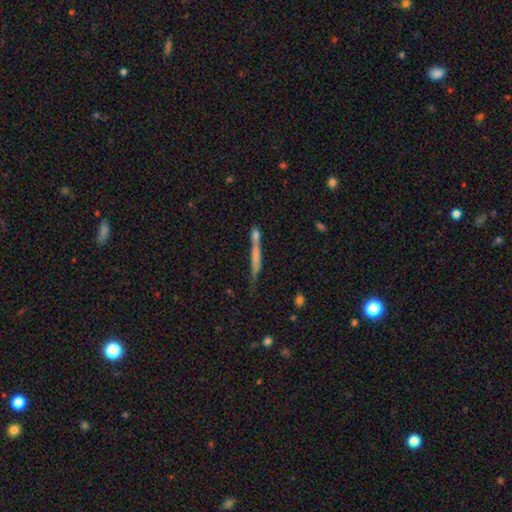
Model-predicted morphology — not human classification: Smooth or featured: smooth — 47% (featured or disk — 44%)
Merging: none — 57% (merger — 19%)